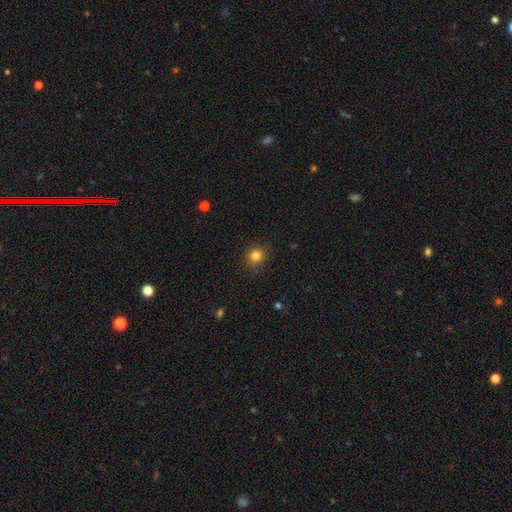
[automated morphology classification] Smooth or featured? smooth (82%)
How rounded? round (86%)
Merging? none (88%)